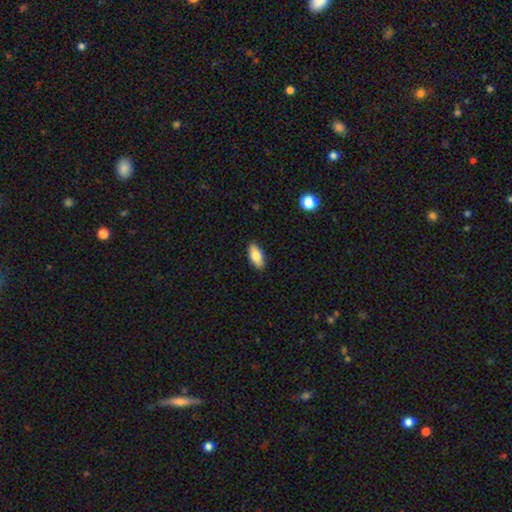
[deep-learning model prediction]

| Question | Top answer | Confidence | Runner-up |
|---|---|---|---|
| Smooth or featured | smooth | 81% | featured or disk (13%) |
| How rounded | in between | 90% | cigar-shaped (8%) |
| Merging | none | 88% | minor disturbance (9%) |